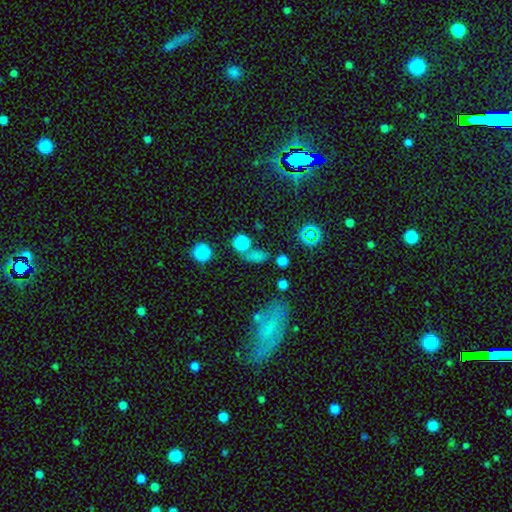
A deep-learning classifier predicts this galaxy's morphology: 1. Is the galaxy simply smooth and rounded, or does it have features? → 64% smooth, 27% star or artifact, 9% featured or disk.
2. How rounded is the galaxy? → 60% in between, 29% round, 11% cigar-shaped.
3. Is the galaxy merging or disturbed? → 65% none, 14% minor disturbance, 13% merger, 8% major disturbance.